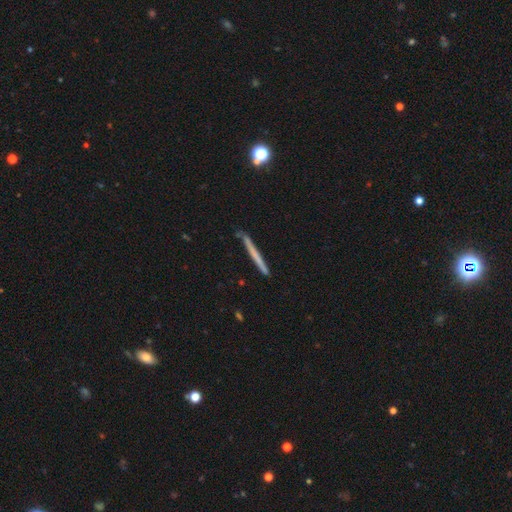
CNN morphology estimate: Smooth or featured? Predicted: smooth (p=0.53). How rounded? Predicted: cigar-shaped (p=0.97). Merging? Predicted: none (p=0.87).